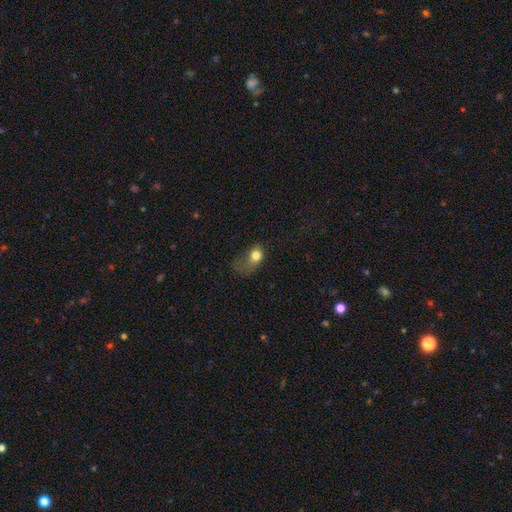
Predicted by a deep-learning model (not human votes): Smooth or featured? Predicted: smooth (p=0.75). How rounded? Predicted: in between (p=0.61). Merging? Predicted: major disturbance (p=0.55).